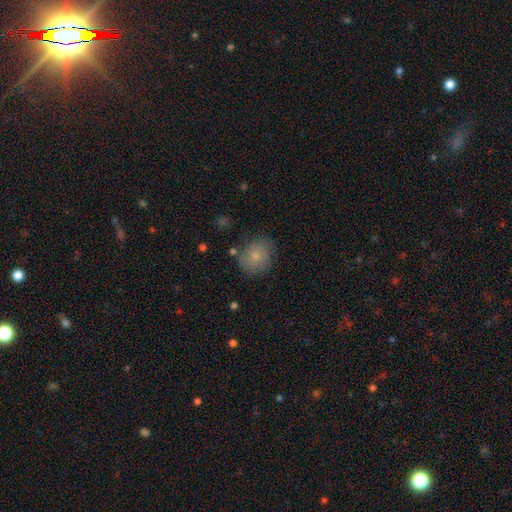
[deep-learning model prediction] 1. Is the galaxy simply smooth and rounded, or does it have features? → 77% smooth, 15% featured or disk, 8% star or artifact.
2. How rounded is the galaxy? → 70% round, 30% in between, 1% cigar-shaped.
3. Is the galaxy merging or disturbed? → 72% none, 19% minor disturbance, 5% major disturbance, 4% merger.